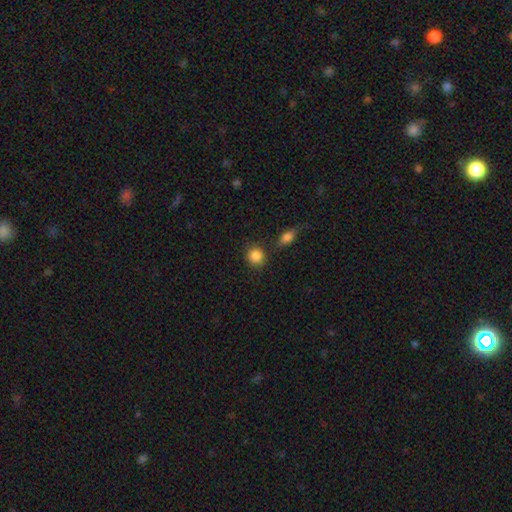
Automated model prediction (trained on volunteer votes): Q: Smooth or featured?
A: smooth (86%); runner-up: star or artifact (9%)
Q: How rounded?
A: round (85%); runner-up: in between (14%)
Q: Merging?
A: none (77%); runner-up: minor disturbance (11%)